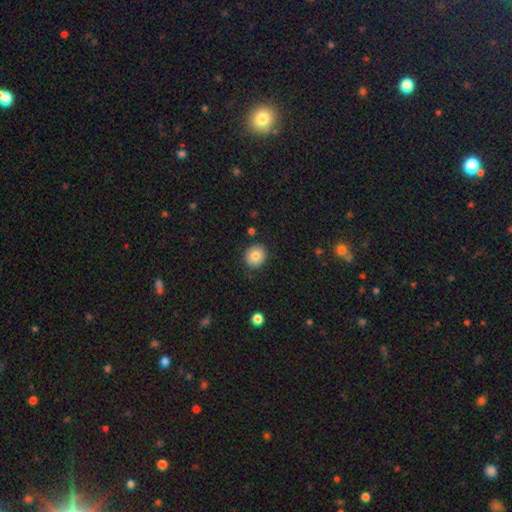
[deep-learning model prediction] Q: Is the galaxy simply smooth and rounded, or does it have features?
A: smooth — 83%.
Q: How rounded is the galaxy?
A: round — 86%.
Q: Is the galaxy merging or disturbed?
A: none — 89%.